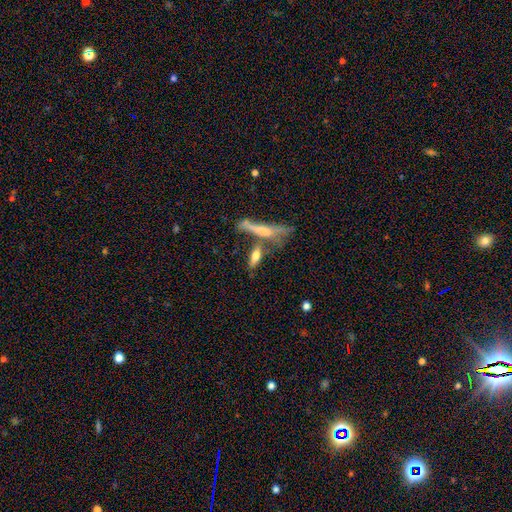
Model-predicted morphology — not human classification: Q: Smooth or featured?
A: smooth (61%); runner-up: featured or disk (31%)
Q: How rounded?
A: cigar-shaped (57%); runner-up: in between (39%)
Q: Merging?
A: none (42%); runner-up: merger (37%)